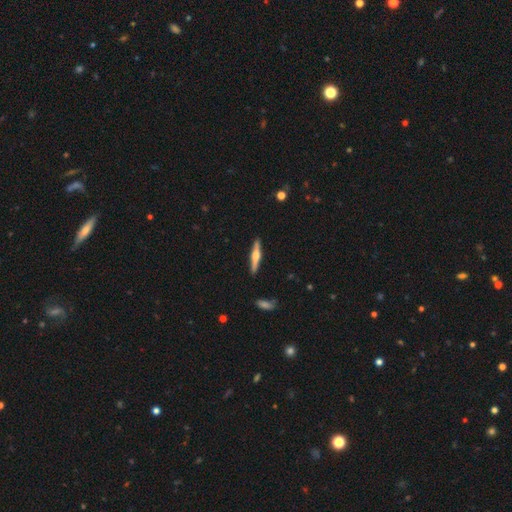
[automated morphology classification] Smooth or featured? Predicted: featured or disk (p=0.63). Edge-on disk? Predicted: yes (p=0.97). Edge-on bulge? Predicted: rounded (p=0.89). Merging? Predicted: none (p=0.89).